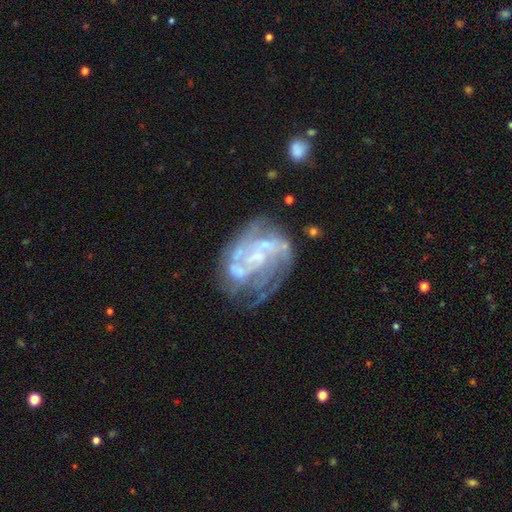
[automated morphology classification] smooth_or_featured: featured or disk (p=0.83) [alt: smooth p=0.09]
disk_edge_on: no (p=0.98) [alt: yes p=0.02]
bar: no (p=0.58) [alt: weak p=0.32]
has_spiral_arms: yes (p=0.81) [alt: no p=0.19]
spiral_winding: tight (p=0.44) [alt: medium p=0.39]
spiral_arm_count: can't tell (p=0.37) [alt: 2 p=0.24]
bulge_size: small (p=0.48) [alt: none p=0.27]
merging: none (p=0.50) [alt: major disturbance p=0.21]